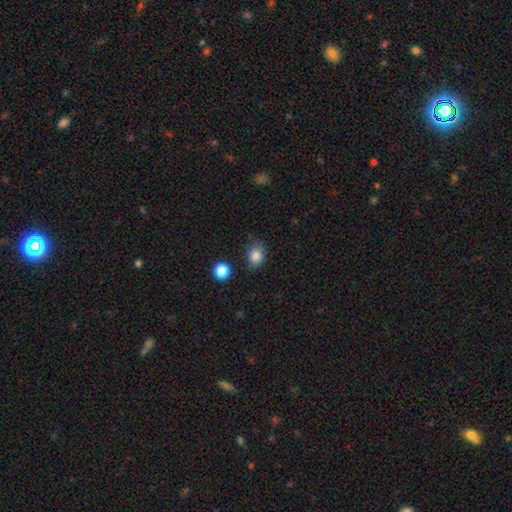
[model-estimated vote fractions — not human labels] Overall: smooth (83%). How rounded: in between (53%; round 46%). Merging: none (73%).